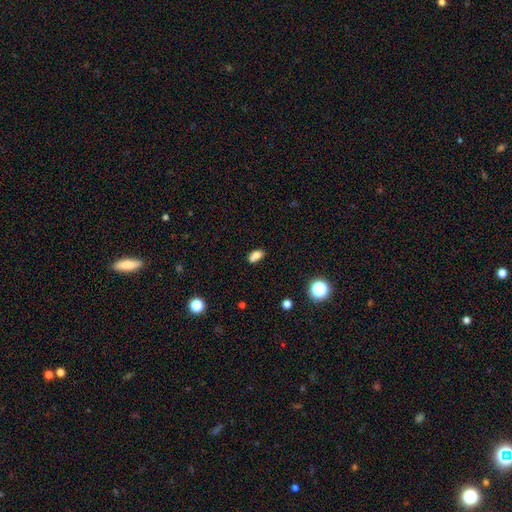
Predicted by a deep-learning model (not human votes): Morphology: type=smooth (75%); roundness=in between (81%); merging=none (44%).